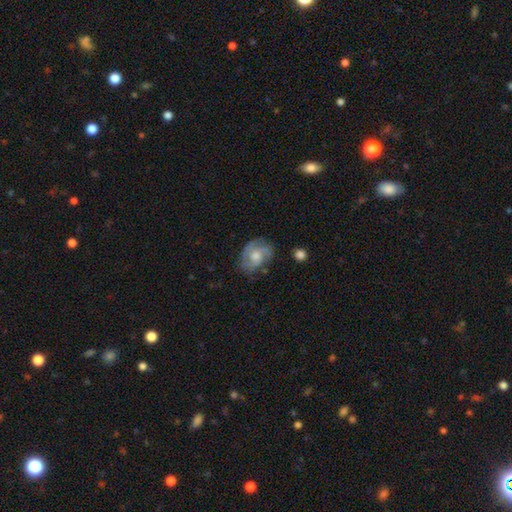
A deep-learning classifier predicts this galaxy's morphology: Smooth or featured? Predicted: featured or disk (p=0.67). Edge-on disk? Predicted: no (p=0.97). Bar? Predicted: no (p=0.70). Spiral arms? Predicted: yes (p=0.88). Spiral winding? Predicted: medium (p=0.44). Spiral arm count? Predicted: 3 (p=0.34). Bulge size? Predicted: moderate (p=0.63). Merging? Predicted: none (p=0.68).